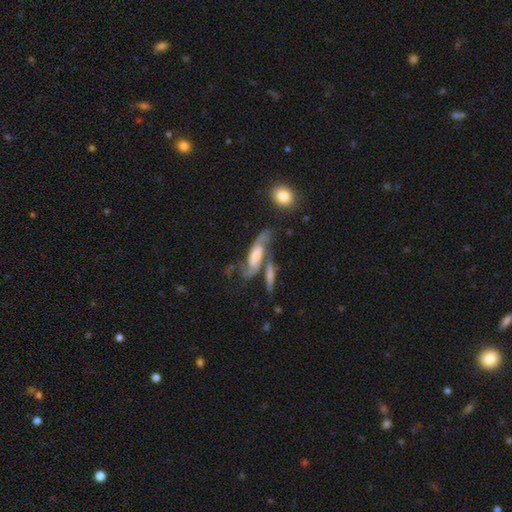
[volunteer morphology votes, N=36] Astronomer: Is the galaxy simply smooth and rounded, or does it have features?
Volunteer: featured or disk — 72%.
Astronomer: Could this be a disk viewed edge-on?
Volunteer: no — 96%.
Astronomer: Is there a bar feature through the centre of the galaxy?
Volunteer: no — 56%.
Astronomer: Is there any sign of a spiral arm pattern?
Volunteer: yes — 96%.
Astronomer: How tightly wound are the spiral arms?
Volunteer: loose — 58%.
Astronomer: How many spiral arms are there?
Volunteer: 2 — 92%.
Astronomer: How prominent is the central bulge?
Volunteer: moderate — 32% (runner-up: large, 24%).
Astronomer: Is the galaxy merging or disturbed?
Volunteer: merger — 49% (runner-up: none, 37%).